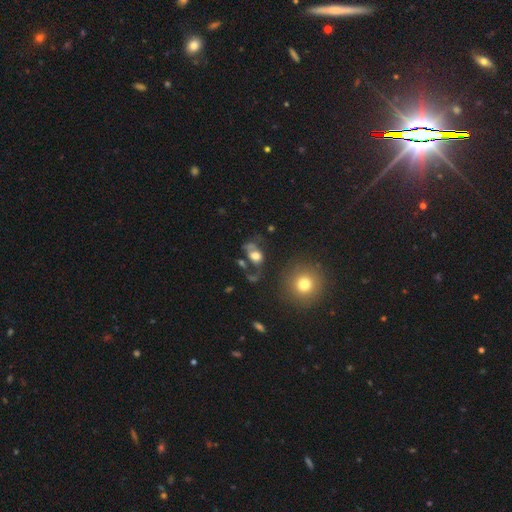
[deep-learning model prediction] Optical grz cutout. It shows a smooth galaxy with no disk features (55%) that is in between round and cigar-shaped (68%). Merging: none (30%, tied with major disturbance).